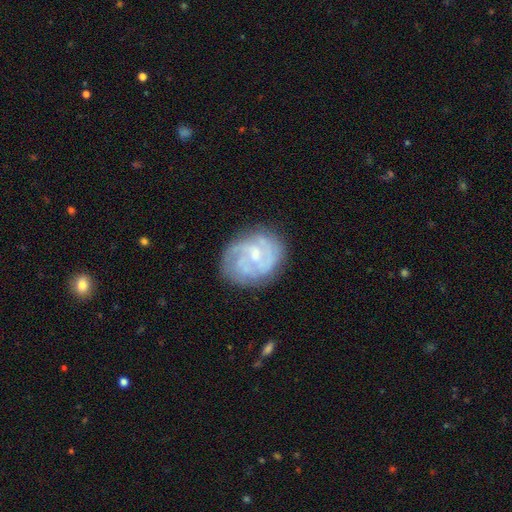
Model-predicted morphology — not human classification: Overall: featured or disk (79%). Edge-on disk: no (98%). Bar: no (50%; weak 43%). Spiral arms: yes (90%). Spiral arm count: can't tell (32%; 3 26%). Spiral winding: tight (53%; medium 36%). Bulge size: small (61%; moderate 29%). Merging: none (73%).